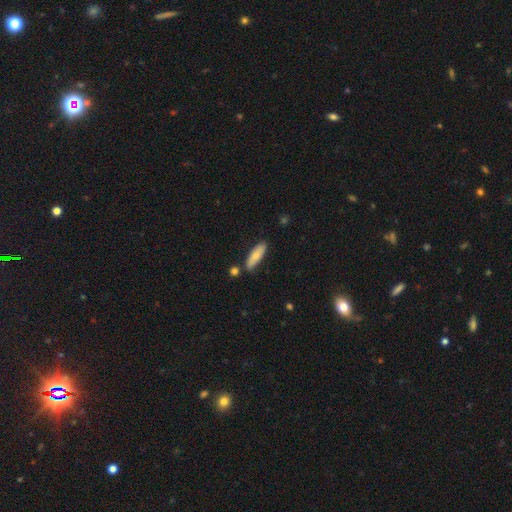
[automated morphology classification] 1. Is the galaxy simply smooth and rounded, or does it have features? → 71% smooth, 23% featured or disk, 6% star or artifact.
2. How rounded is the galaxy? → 55% cigar-shaped, 43% in between, 2% round.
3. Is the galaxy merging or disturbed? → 80% none, 12% minor disturbance, 5% merger, 2% major disturbance.